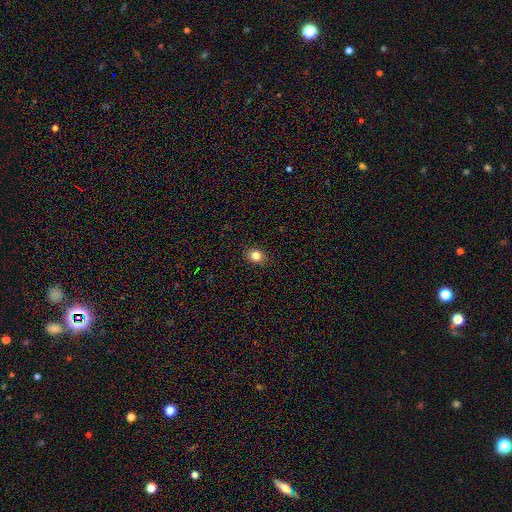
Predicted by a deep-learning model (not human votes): A smooth galaxy with no disk features (83%) that is round (53%).

Vote fractions:
- Smooth or featured? smooth: 83% / star or artifact: 12% / featured or disk: 6%
- How rounded? round: 53% / in between: 46% / cigar-shaped: 1%
- Merging? none: 90% / minor disturbance: 7% / major disturbance: 2% / merger: 1%